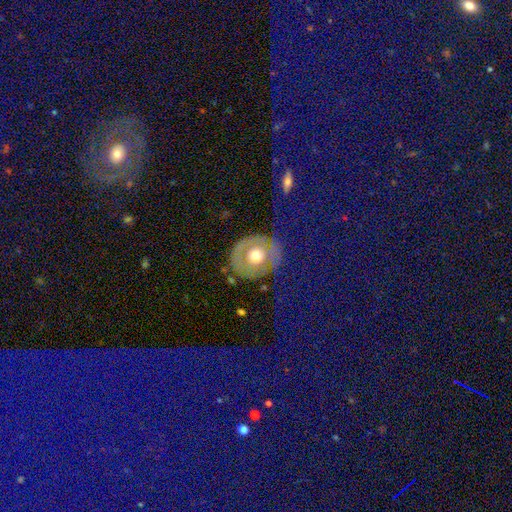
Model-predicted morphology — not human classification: smooth_or_featured: featured or disk (p=0.45) [tied with: smooth p=0.45]
merging: none (p=0.63) [alt: minor disturbance p=0.19]